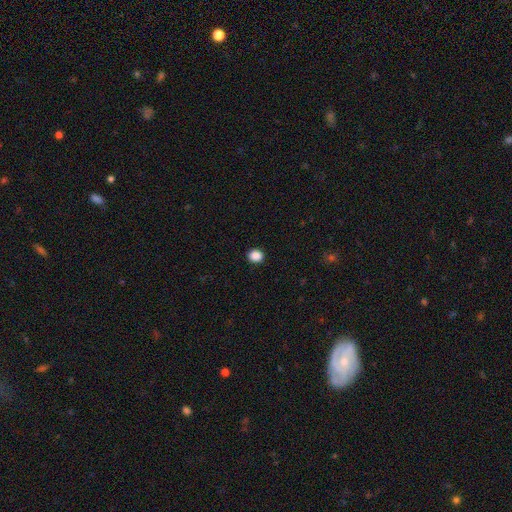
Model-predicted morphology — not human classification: Smooth or featured? Predicted: smooth (p=0.88). How rounded? Predicted: round (p=0.78). Merging? Predicted: none (p=0.92).